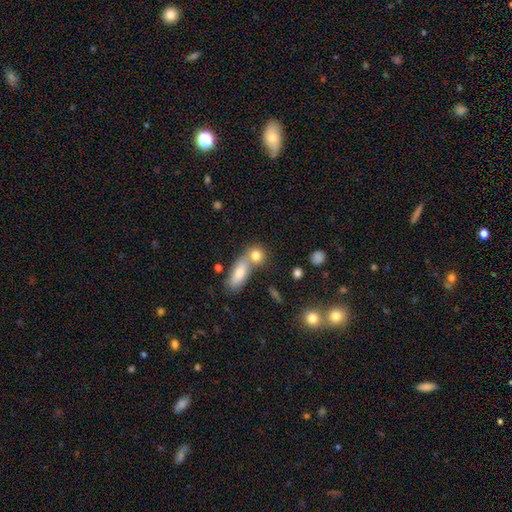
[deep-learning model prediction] This is clearly a smooth galaxy (80%). How rounded: likely round (62%). Merging: possibly none (45%).